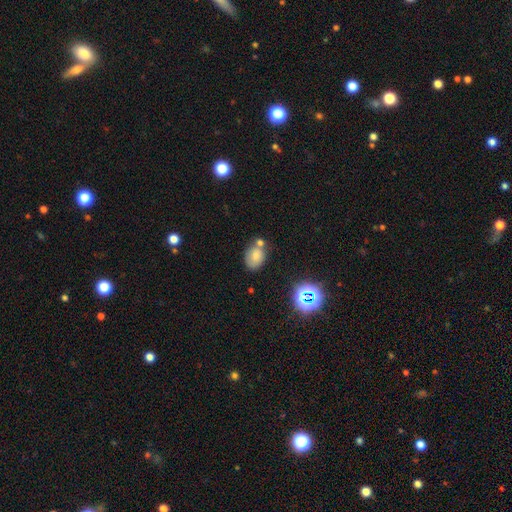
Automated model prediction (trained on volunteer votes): Q: Smooth or featured?
A: smooth (71%); runner-up: star or artifact (15%)
Q: How rounded?
A: in between (71%); runner-up: round (28%)
Q: Merging?
A: none (55%); runner-up: merger (23%)